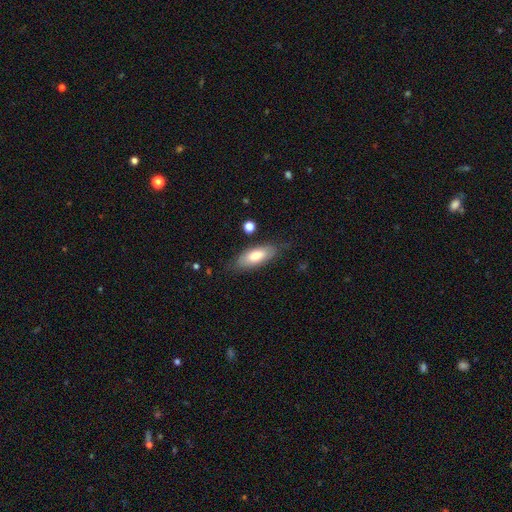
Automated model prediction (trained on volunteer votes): smooth-or-featured: smooth: 72% | featured or disk: 22% | star or artifact: 6%
  how-rounded: in between: 79% | cigar-shaped: 19% | round: 2%
  merging: none: 75% | minor disturbance: 18% | major disturbance: 5% | merger: 2%